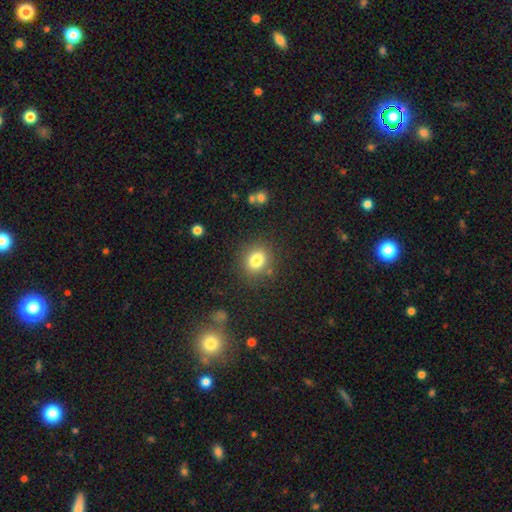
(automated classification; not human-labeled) Smooth or featured: smooth — 81% (star or artifact — 12%)
How rounded: round — 60% (in between — 39%)
Merging: none — 82% (minor disturbance — 11%)